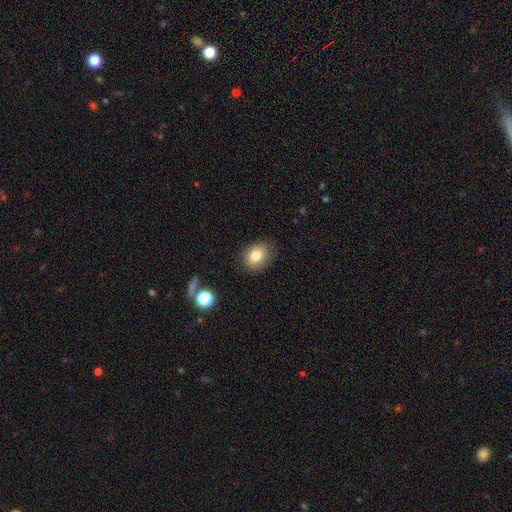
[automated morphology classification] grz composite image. It shows a smooth galaxy with no disk features (80%) that is in between round and cigar-shaped (62%). Merging: none (83%).